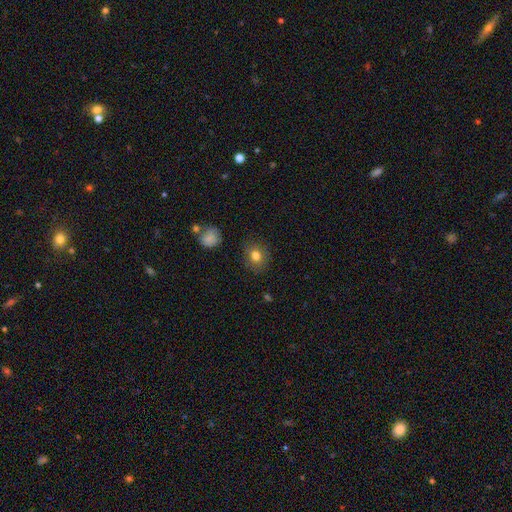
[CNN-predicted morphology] This appears to be a smooth galaxy with no disk features (79%) that is round (75%). Merging: none (85%).